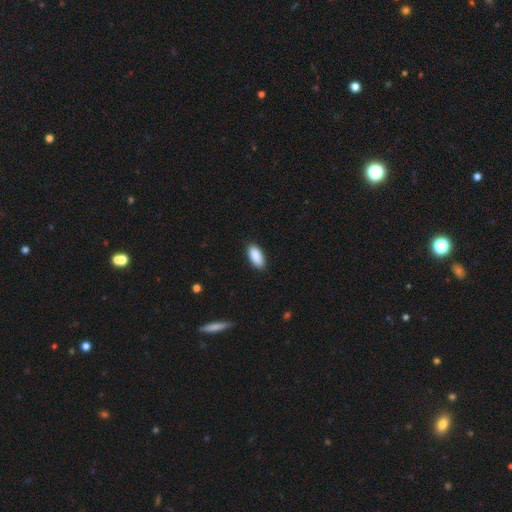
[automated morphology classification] Overall: smooth (90%). How rounded: in between (89%). Merging: none (86%).